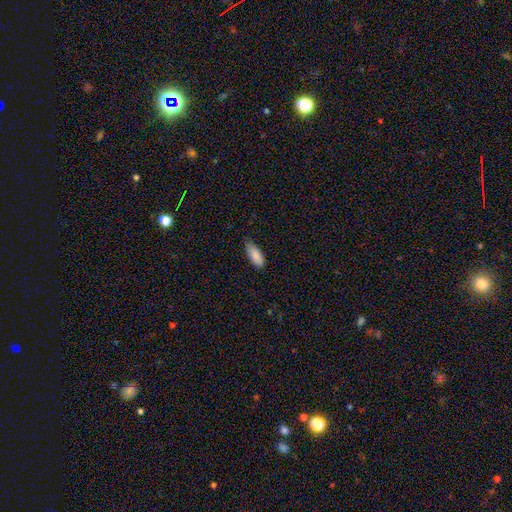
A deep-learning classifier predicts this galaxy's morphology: Q: Smooth or featured?
A: smooth (87%); runner-up: featured or disk (7%)
Q: How rounded?
A: in between (82%); runner-up: cigar-shaped (17%)
Q: Merging?
A: none (72%); runner-up: minor disturbance (24%)